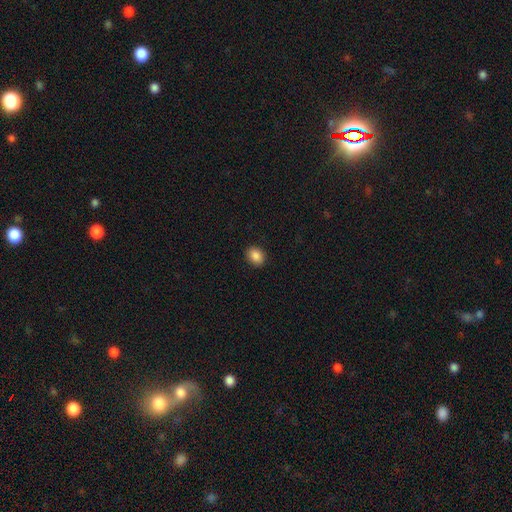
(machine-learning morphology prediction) This appears to be a smooth galaxy with no disk features (87%) that is in between round and cigar-shaped (57%). Merging: none (90%).